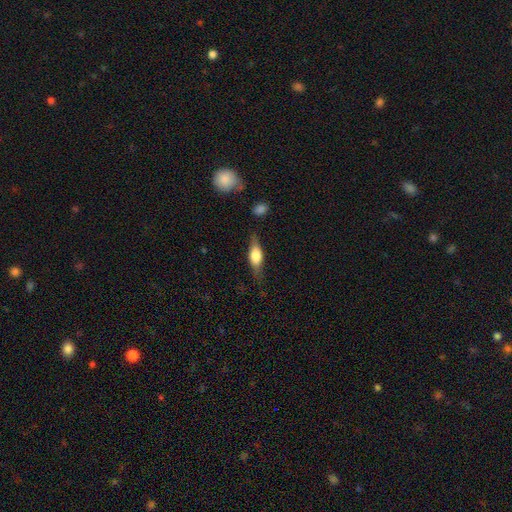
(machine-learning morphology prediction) The model was most divided on "smooth or featured": smooth: 52%, featured or disk: 41%, star or artifact: 7%. More confident: merging — none (72%); how rounded — in between (59%).